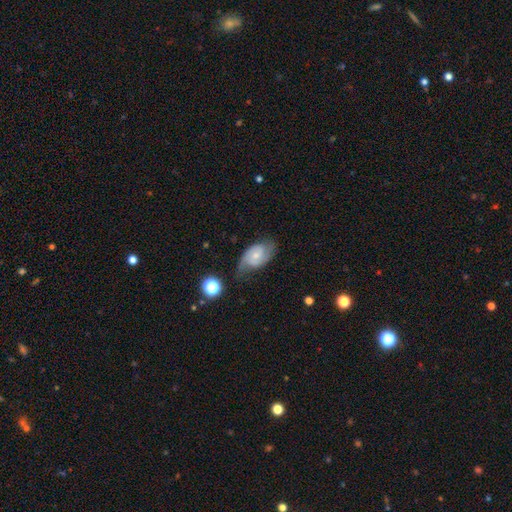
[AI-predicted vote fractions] The model was most divided on "spiral winding": medium: 49%, tight: 27%, loose: 25%. More confident: edge-on disk — no (96%); spiral arms — yes (94%); spiral arm count — 2 (85%); smooth or featured — featured or disk (73%); merging — none (60%); bar — no (60%); bulge size — small (58%).